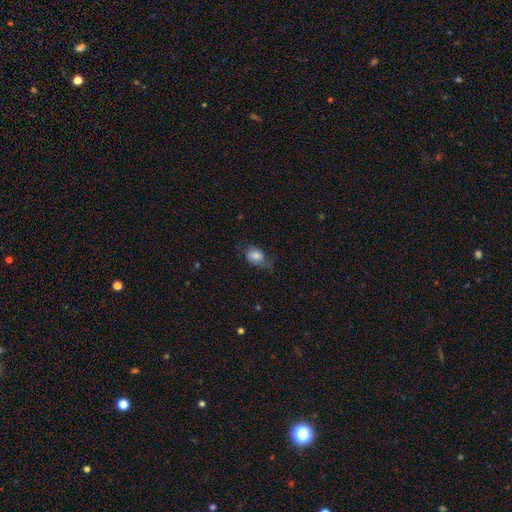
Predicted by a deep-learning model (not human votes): smooth_or_featured: smooth (p=0.75) [alt: featured or disk p=0.16]
how_rounded: in between (p=0.68) [alt: round p=0.30]
merging: none (p=0.46) [alt: minor disturbance p=0.32]